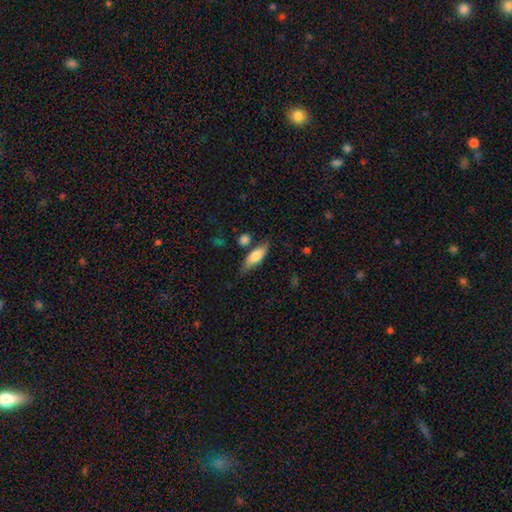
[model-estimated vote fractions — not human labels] Smooth or featured? smooth (73%)
How rounded? in between (67%)
Merging? none (69%)